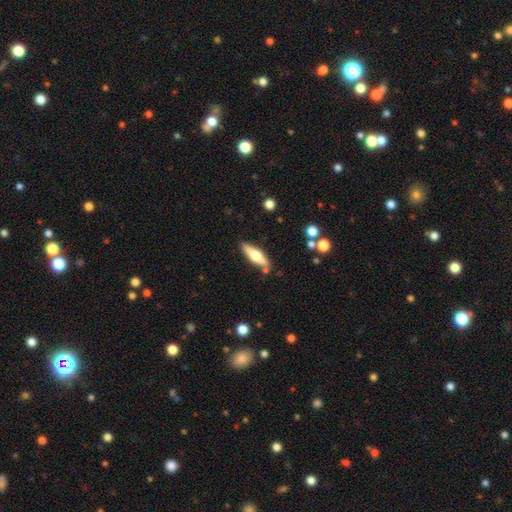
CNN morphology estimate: Smooth or featured?
  - featured or disk: 49% *
  - smooth: 45%
  - star or artifact: 6%
Merging?
  - none: 82% *
  - minor disturbance: 11%
  - merger: 4%
  - major disturbance: 2%